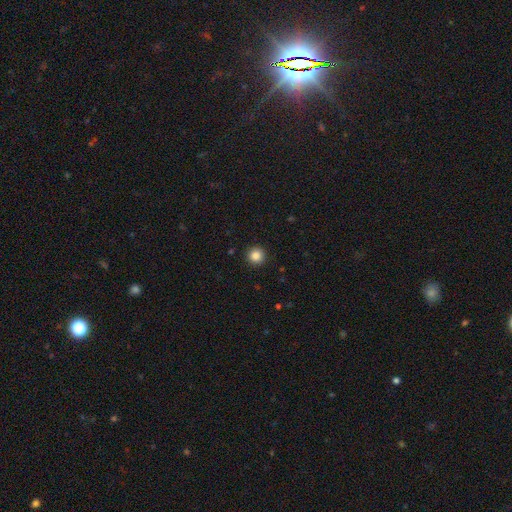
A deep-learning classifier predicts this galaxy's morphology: smooth 86%, star or artifact 11%, featured or disk 3%. Down the decision tree: how rounded — round (96%); merging — none (93%).